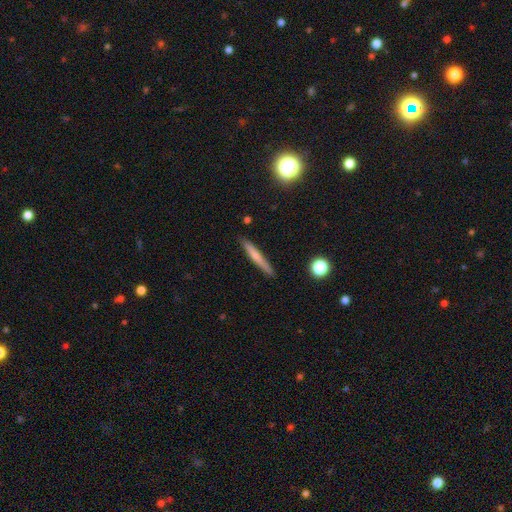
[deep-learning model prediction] This is possibly a smooth galaxy (59%). How rounded: clearly cigar-shaped (95%). Merging: clearly none (88%).